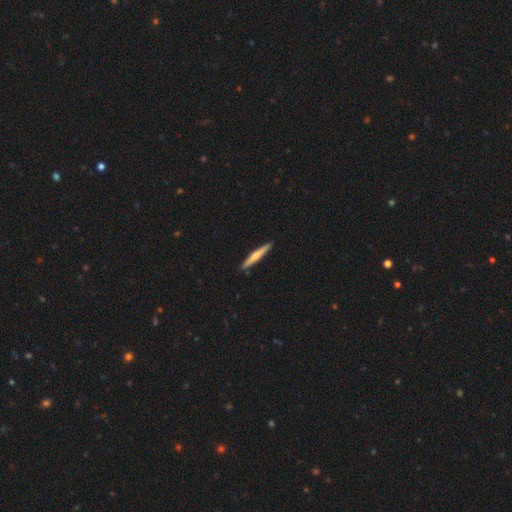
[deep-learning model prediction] Smooth or featured? Predicted: smooth (p=0.53). How rounded? Predicted: cigar-shaped (p=0.95). Merging? Predicted: none (p=0.91).